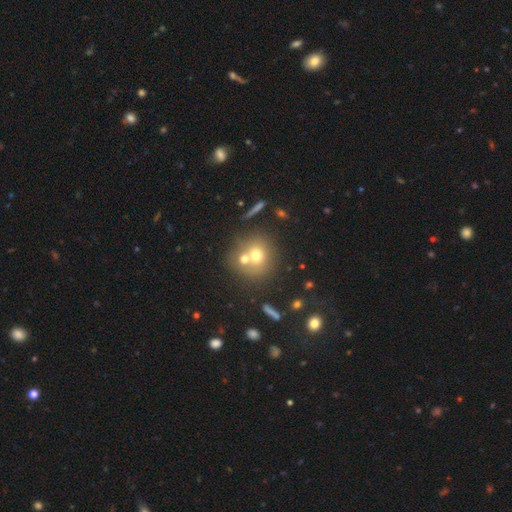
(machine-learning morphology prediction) Smooth or featured? smooth (63%)
How rounded? round (82%)
Merging? none (44%, tied with merger)